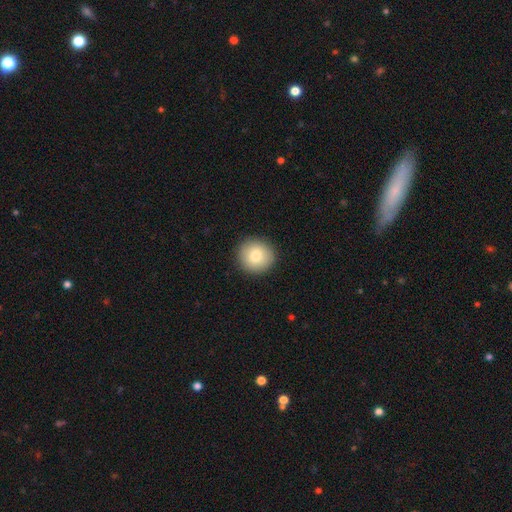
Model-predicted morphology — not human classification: smooth 79%, featured or disk 13%, star or artifact 9%. Down the decision tree: how rounded — round (93%); merging — none (92%).